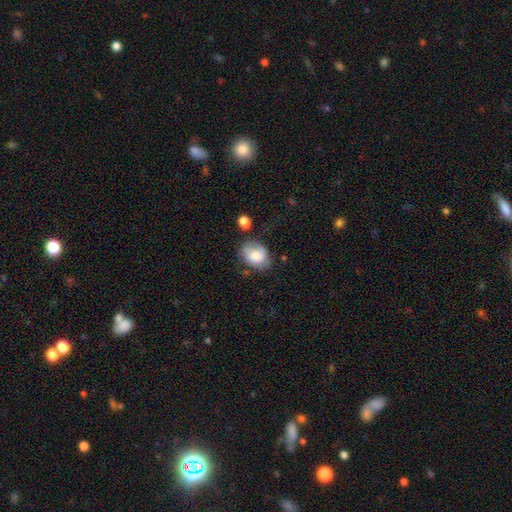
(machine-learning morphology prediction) Smooth or featured?
  - smooth: 76% *
  - featured or disk: 16%
  - star or artifact: 8%
How rounded?
  - in between: 60% *
  - round: 39%
  - cigar-shaped: 1%
Merging?
  - none: 51% *
  - minor disturbance: 31%
  - major disturbance: 12%
  - merger: 7%